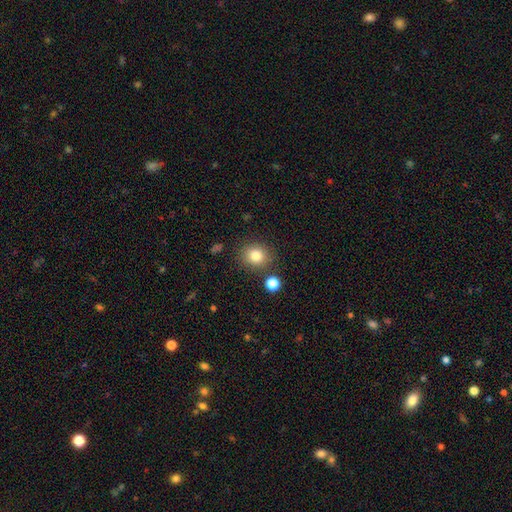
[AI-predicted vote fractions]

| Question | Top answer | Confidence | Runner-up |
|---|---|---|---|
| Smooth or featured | smooth | 82% | star or artifact (11%) |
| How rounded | round | 78% | in between (21%) |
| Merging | none | 83% | minor disturbance (9%) |